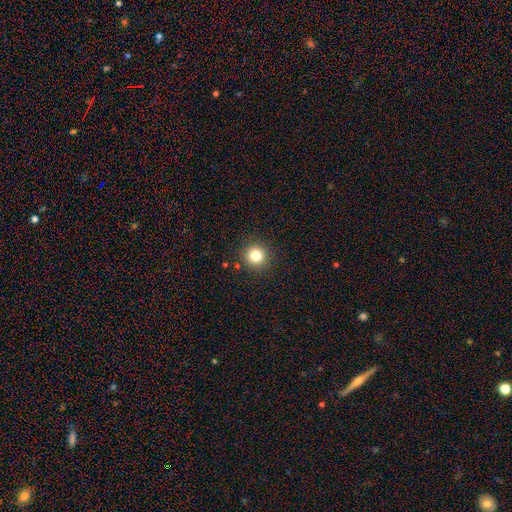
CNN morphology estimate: A smooth galaxy with no disk features (81%) that is round (95%). Merging: none (91%).